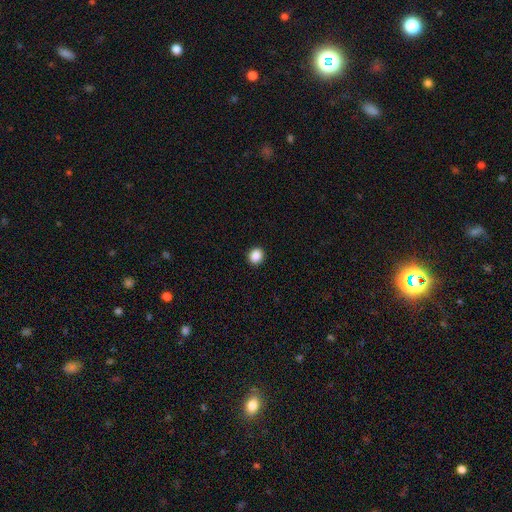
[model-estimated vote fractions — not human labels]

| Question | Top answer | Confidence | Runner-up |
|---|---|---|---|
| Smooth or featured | smooth | 88% | star or artifact (9%) |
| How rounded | round | 82% | in between (17%) |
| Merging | none | 93% | minor disturbance (5%) |